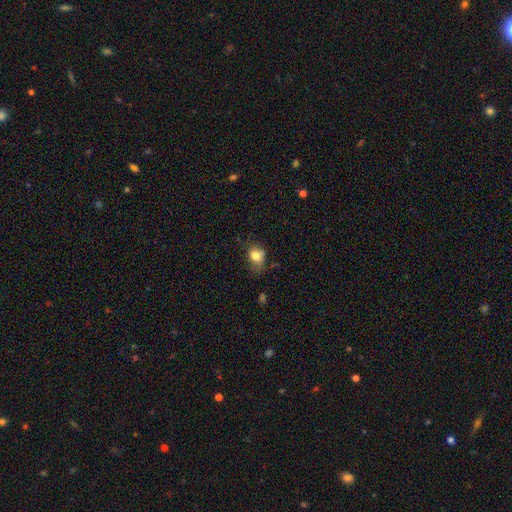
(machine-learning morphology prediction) type=smooth (78%); roundness=in between (65%); merging=none (47%).